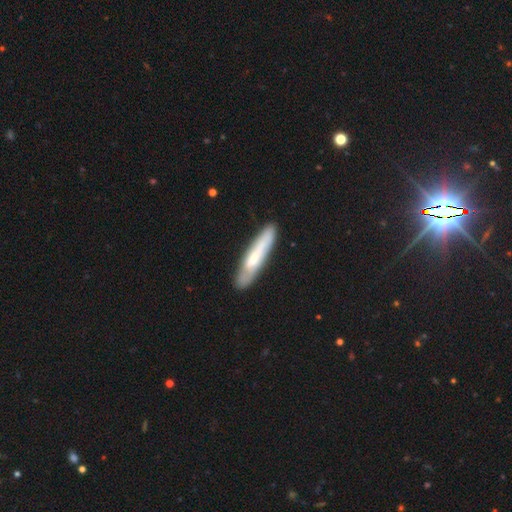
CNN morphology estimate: Smooth or featured?
  - smooth: 57% *
  - featured or disk: 37%
  - star or artifact: 6%
How rounded?
  - cigar-shaped: 86% *
  - in between: 13%
  - round: 1%
Merging?
  - none: 81% *
  - minor disturbance: 14%
  - major disturbance: 3%
  - merger: 2%